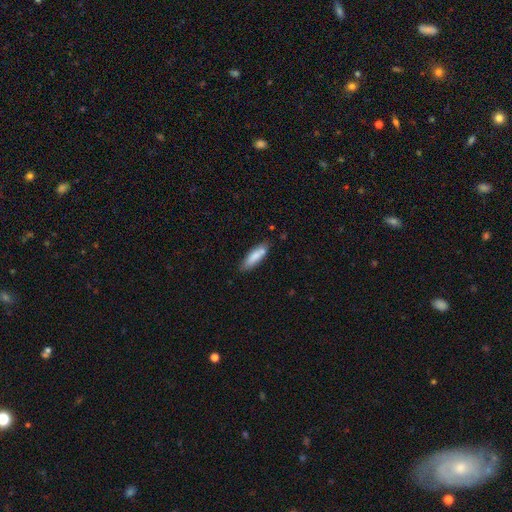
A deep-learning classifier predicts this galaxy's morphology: smooth_or_featured: smooth (p=0.83) [alt: featured or disk p=0.11]
how_rounded: cigar-shaped (p=0.60) [alt: in between p=0.39]
merging: none (p=0.76) [alt: minor disturbance p=0.16]